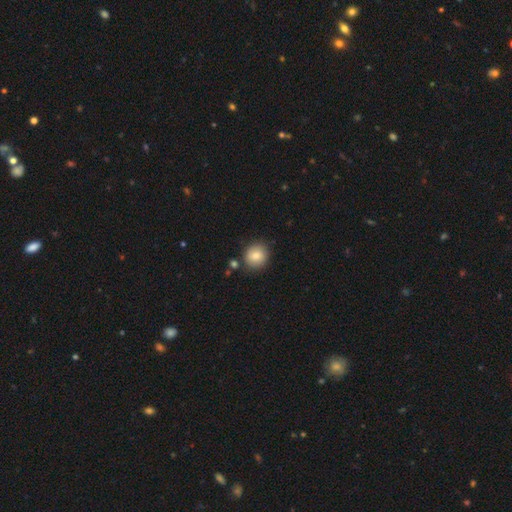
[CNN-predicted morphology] Smooth or featured? Predicted: smooth (p=0.83). How rounded? Predicted: round (p=0.83). Merging? Predicted: none (p=0.83).